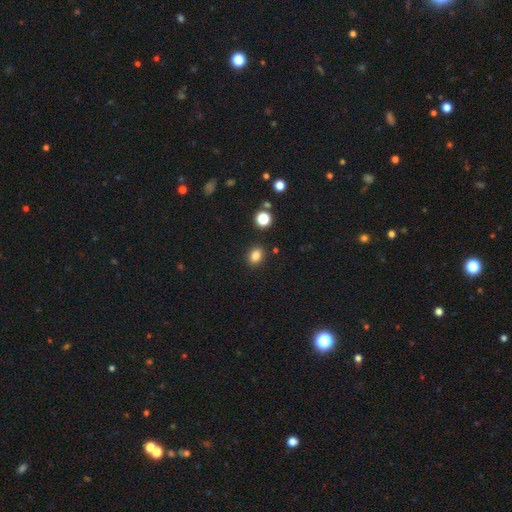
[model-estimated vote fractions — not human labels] smooth-or-featured: smooth: 83% | star or artifact: 12% | featured or disk: 5%
  how-rounded: in between: 64% | round: 34% | cigar-shaped: 1%
  merging: none: 86% | minor disturbance: 8% | merger: 3% | major disturbance: 2%